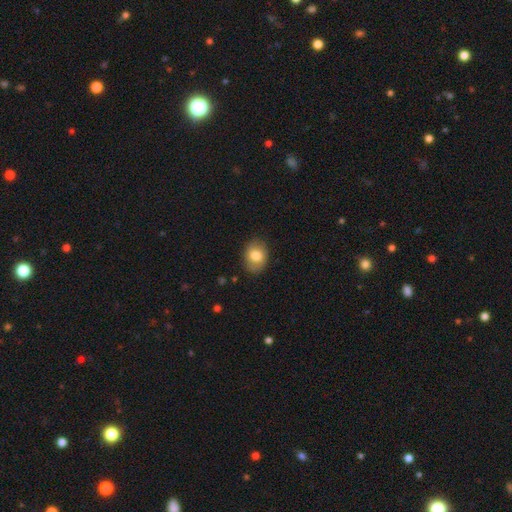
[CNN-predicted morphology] Overall: smooth (80%). How rounded: in between (65%; round 34%). Merging: none (83%).